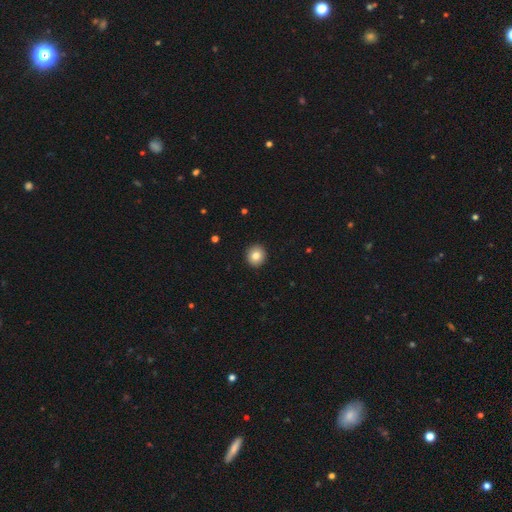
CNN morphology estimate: Smooth or featured: smooth — 83% (star or artifact — 9%)
How rounded: round — 85% (in between — 14%)
Merging: none — 93% (minor disturbance — 5%)